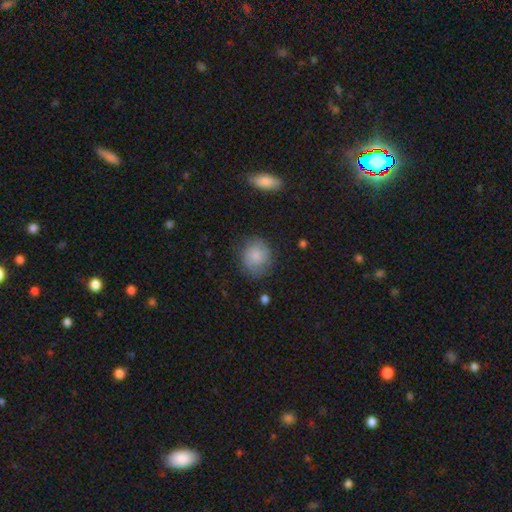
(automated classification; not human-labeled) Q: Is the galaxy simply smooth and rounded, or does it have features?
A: smooth — 76%.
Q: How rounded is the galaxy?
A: round — 81%.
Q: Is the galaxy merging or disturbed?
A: none — 74%.